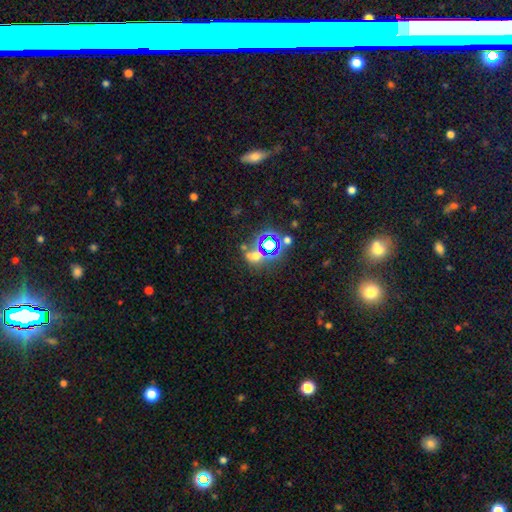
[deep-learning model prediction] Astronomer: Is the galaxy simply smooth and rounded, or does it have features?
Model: star or artifact — 50% (runner-up: smooth, 36%).